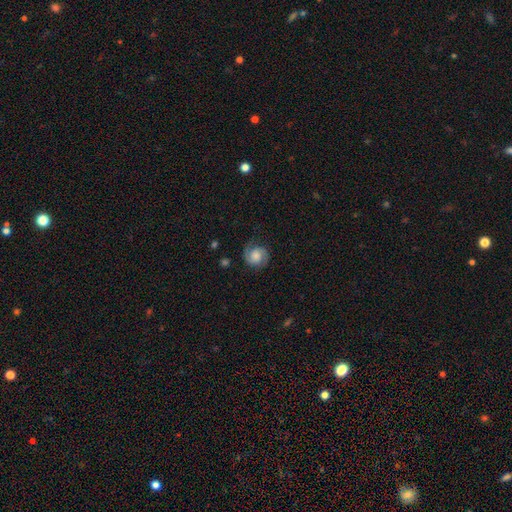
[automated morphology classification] This is likely a featured or disk galaxy (64%). It is clearly not viewed edge-on (98%). Bar: likely no (64%). Spiral arm pattern: clearly yes (95%). Spiral arm count: clearly 2 (86%). Spiral winding: marginally medium (43%). Central bulge: marginally moderate (33%). Merging: likely none (76%).